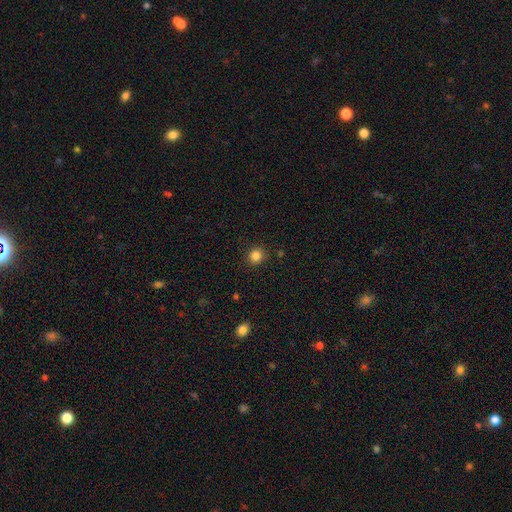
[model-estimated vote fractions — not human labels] Morphology: type=smooth (84%); roundness=round (90%); merging=none (90%).